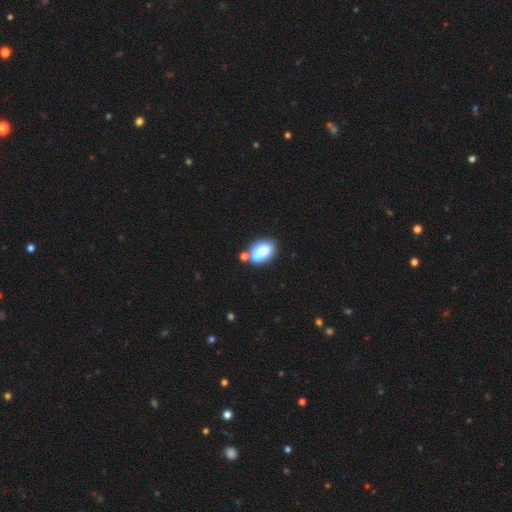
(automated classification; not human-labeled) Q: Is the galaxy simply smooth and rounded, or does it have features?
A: smooth — 71%.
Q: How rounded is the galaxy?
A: in between — 82%.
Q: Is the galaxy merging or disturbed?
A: none — 51%.